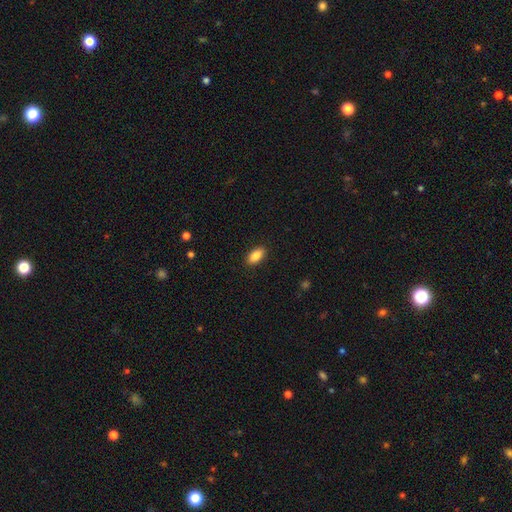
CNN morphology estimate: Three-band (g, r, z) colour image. It shows a smooth galaxy with no disk features (88%) that is in between round and cigar-shaped (91%). Merging: none (90%).